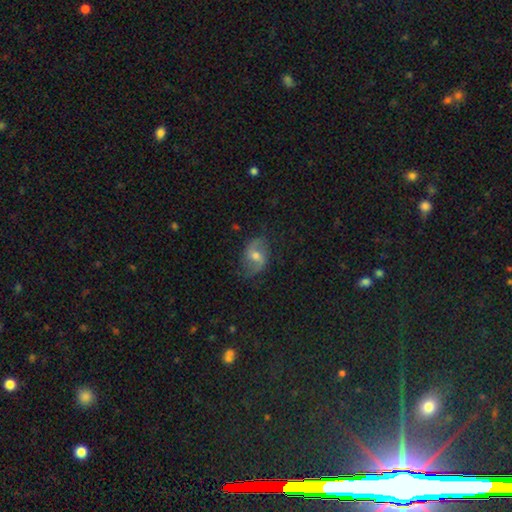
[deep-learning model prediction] Smooth or featured? featured or disk (72%)
Edge-on disk? no (96%)
Bar? weak (46%)
Spiral arms? yes (90%)
Spiral winding? loose (59%)
Spiral arm count? 2 (90%)
Bulge size? moderate (63%)
Merging? none (78%)